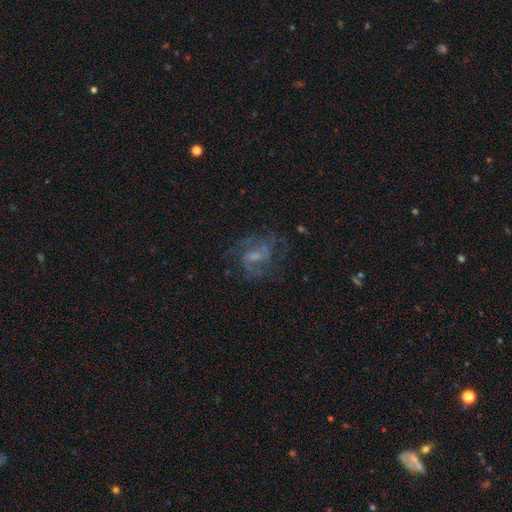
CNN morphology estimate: smooth_or_featured: featured or disk (p=0.72) [alt: smooth p=0.16]
disk_edge_on: no (p=0.97) [alt: yes p=0.03]
bar: weak (p=0.52) [alt: no p=0.34]
has_spiral_arms: yes (p=0.81) [alt: no p=0.19]
spiral_winding: medium (p=0.51) [alt: loose p=0.27]
spiral_arm_count: 2 (p=0.55) [alt: can't tell p=0.24]
bulge_size: small (p=0.46) [alt: moderate p=0.28]
merging: none (p=0.57) [alt: major disturbance p=0.22]